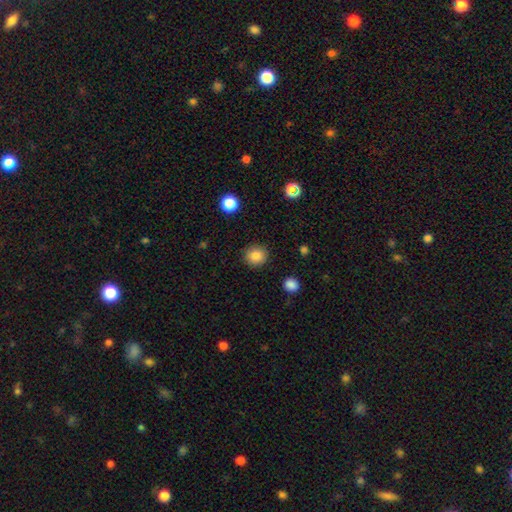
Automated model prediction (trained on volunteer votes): Smooth or featured: smooth — 86% (star or artifact — 10%)
How rounded: round — 89% (in between — 10%)
Merging: none — 90% (minor disturbance — 6%)